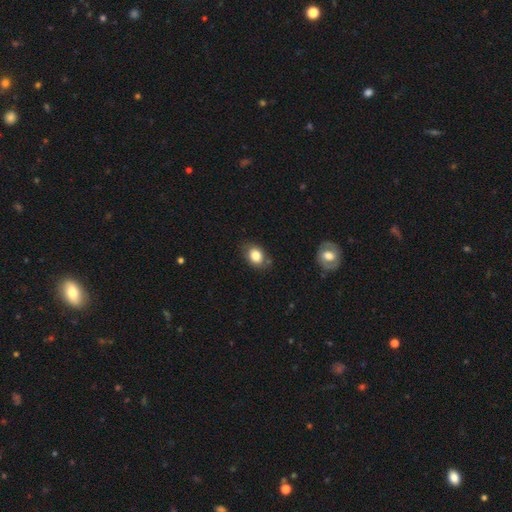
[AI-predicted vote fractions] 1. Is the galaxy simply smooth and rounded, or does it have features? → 81% smooth, 10% featured or disk, 9% star or artifact.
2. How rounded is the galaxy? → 64% in between, 35% round, 1% cigar-shaped.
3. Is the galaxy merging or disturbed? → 74% none, 18% minor disturbance, 4% major disturbance, 3% merger.